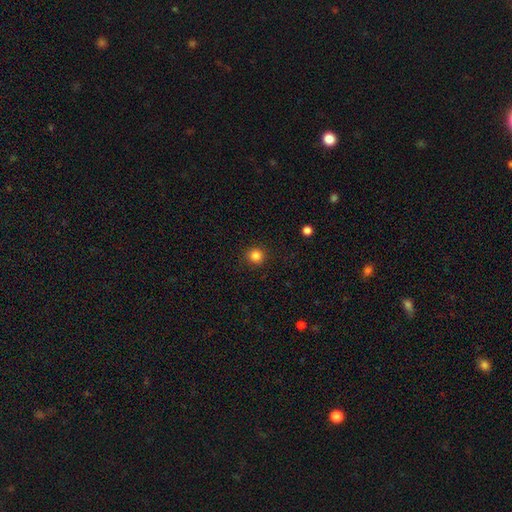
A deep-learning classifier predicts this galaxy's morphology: This appears to be a smooth galaxy with no disk features (84%) that is round (93%). Merging: none (91%).